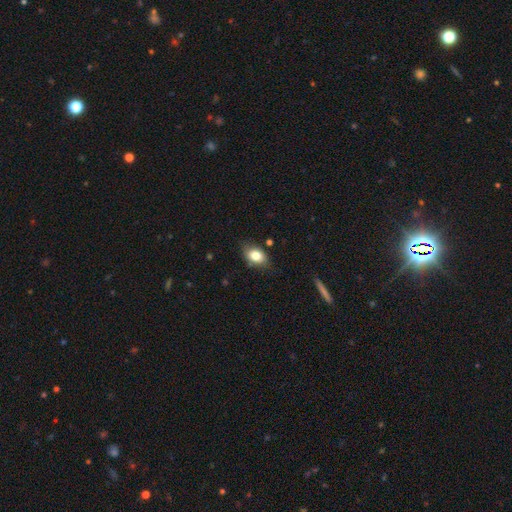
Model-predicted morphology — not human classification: This is likely a smooth galaxy (80%). How rounded: clearly in between (81%). Merging: likely none (76%).